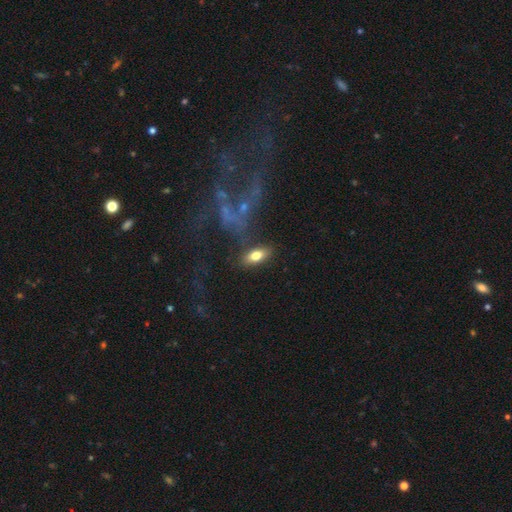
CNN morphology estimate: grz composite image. It shows a smooth galaxy with no disk features (72%) that is in between round and cigar-shaped (84%). Merging: none (77%).